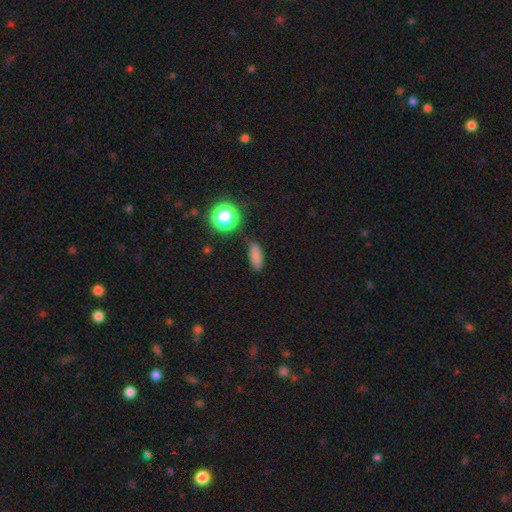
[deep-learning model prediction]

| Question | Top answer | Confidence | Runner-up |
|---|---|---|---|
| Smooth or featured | smooth | 79% | star or artifact (15%) |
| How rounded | in between | 63% | cigar-shaped (29%) |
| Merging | none | 77% | minor disturbance (16%) |